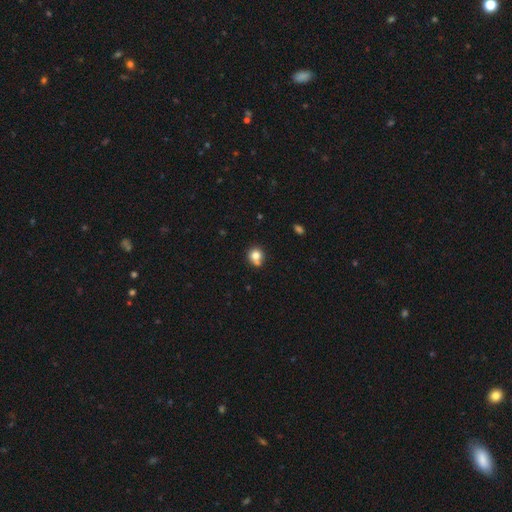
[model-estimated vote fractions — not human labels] smooth-or-featured: smooth: 79% | star or artifact: 11% | featured or disk: 10%
  how-rounded: round: 81% | in between: 18% | cigar-shaped: 1%
  merging: none: 59% | minor disturbance: 19% | merger: 17% | major disturbance: 5%